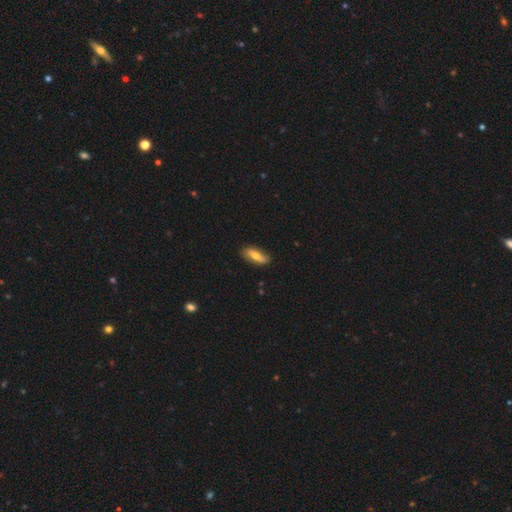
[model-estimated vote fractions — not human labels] Morphology: type=smooth (51%); roundness=in between (67%); merging=none (83%).